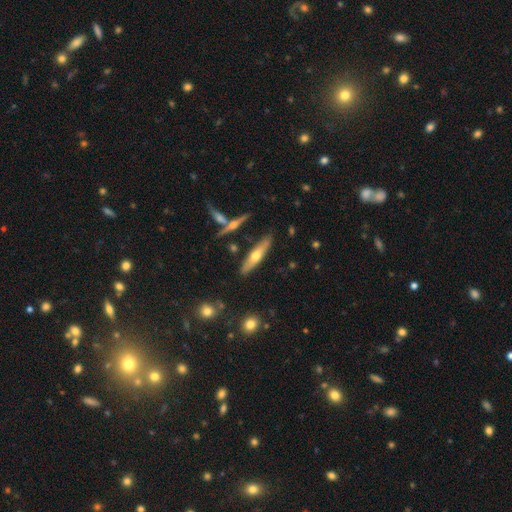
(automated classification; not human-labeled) The model was most divided on "smooth or featured": featured or disk: 50%, smooth: 43%, star or artifact: 7%. More confident: edge-on disk — yes (88%); merging — none (82%).